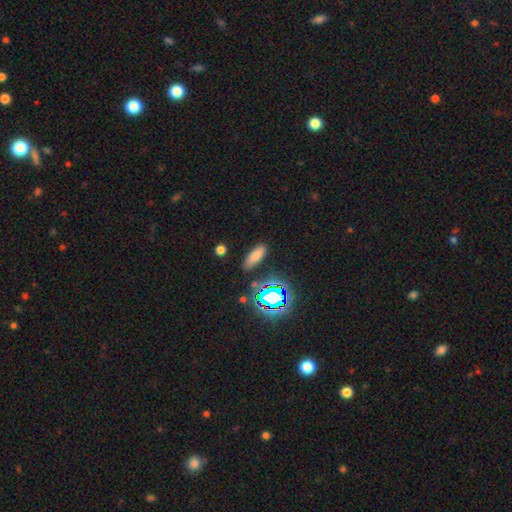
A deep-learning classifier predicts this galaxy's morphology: Smooth or featured? Predicted: smooth (p=0.70). How rounded? Predicted: in between (p=0.62). Merging? Predicted: none (p=0.84).